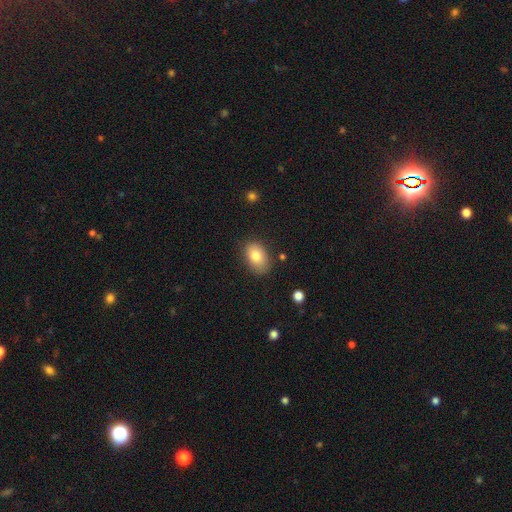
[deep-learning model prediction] smooth-or-featured: smooth: 80% | featured or disk: 12% | star or artifact: 8%
  how-rounded: in between: 83% | round: 16% | cigar-shaped: 1%
  merging: none: 81% | minor disturbance: 14% | major disturbance: 3% | merger: 2%